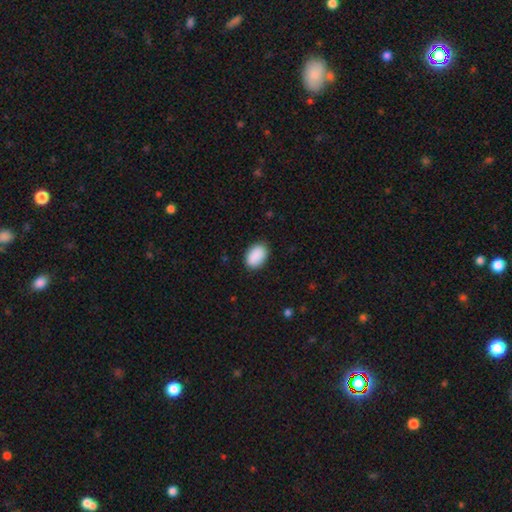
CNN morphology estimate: The model was most divided on "how rounded": in between: 88%, round: 11%, cigar-shaped: 1%. More confident: smooth or featured — smooth (91%); merging — none (87%).